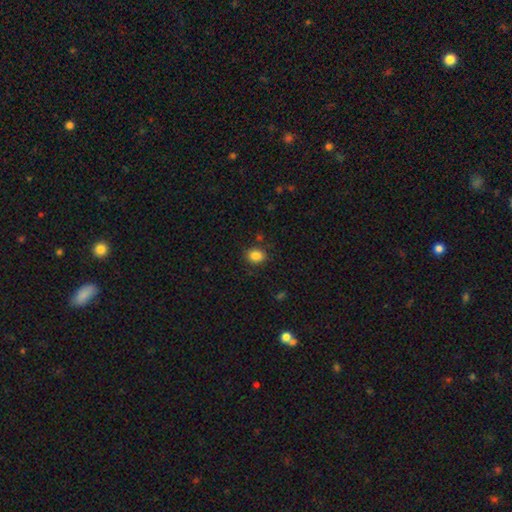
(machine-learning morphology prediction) This is clearly a smooth galaxy (85%). How rounded: possibly round (56%). Merging: clearly none (86%).